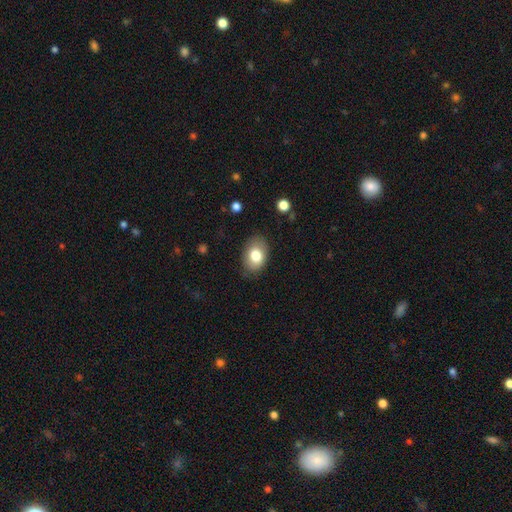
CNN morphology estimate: The model was most divided on "how rounded": in between: 81%, round: 18%, cigar-shaped: 1%. More confident: merging — none (81%); smooth or featured — smooth (79%).